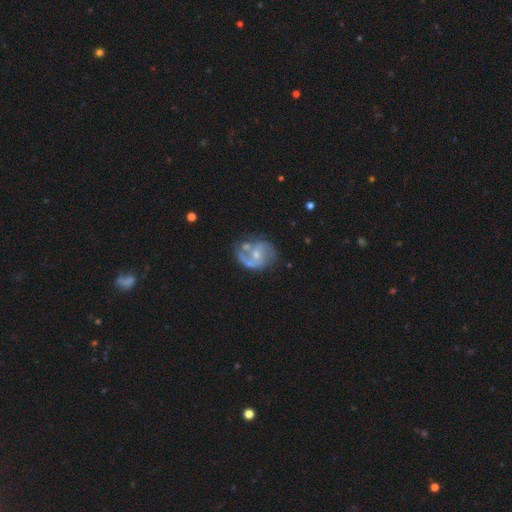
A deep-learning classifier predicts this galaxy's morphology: A featured or disk galaxy (75%) with no bar (51%), 2 (61%) medium (44%) spiral arms (80%) and a small central bulge (48%).

Vote fractions:
- Smooth or featured? featured or disk: 75% / smooth: 19% / star or artifact: 7%
- Edge-on disk? no: 98% / yes: 2%
- Bar? no: 51% / weak: 40% / strong: 8%
- Spiral arms? yes: 80% / no: 20%
- Spiral winding? medium: 44% / loose: 34% / tight: 21%
- Spiral arm count? 2: 61% / 1: 19% / can't tell: 14% / 3: 4% / 4: 1% / more than 4: 1%
- Bulge size? small: 48% / moderate: 43% / none: 7% / large: 2% / dominant: 1%
- Merging? none: 48% / minor disturbance: 22% / major disturbance: 18% / merger: 12%